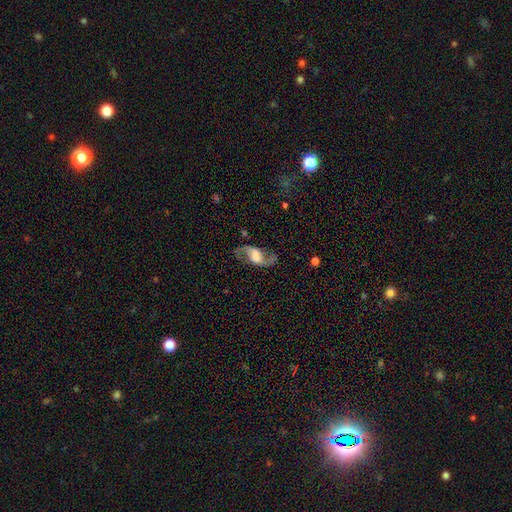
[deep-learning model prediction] Smooth or featured? featured or disk (84%)
Edge-on disk? no (96%)
Bar? weak (45%)
Spiral arms? yes (94%)
Spiral winding? loose (64%)
Spiral arm count? 2 (93%)
Bulge size? large (34%)
Merging? none (77%)